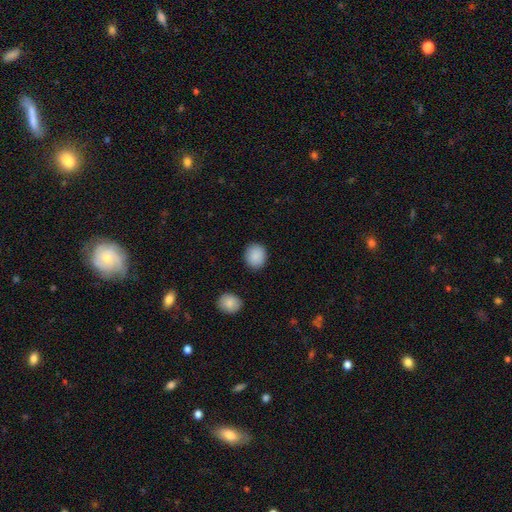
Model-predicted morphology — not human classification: Smooth or featured?
  - smooth: 89% *
  - star or artifact: 7%
  - featured or disk: 3%
How rounded?
  - round: 72% *
  - in between: 27%
  - cigar-shaped: 1%
Merging?
  - none: 89% *
  - minor disturbance: 7%
  - major disturbance: 2%
  - merger: 2%